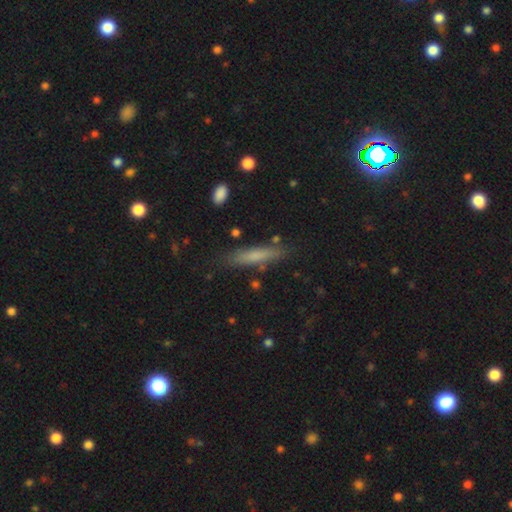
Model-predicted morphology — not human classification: Q: Smooth or featured?
A: smooth (69%); runner-up: featured or disk (23%)
Q: How rounded?
A: cigar-shaped (86%); runner-up: in between (12%)
Q: Merging?
A: none (81%); runner-up: minor disturbance (13%)